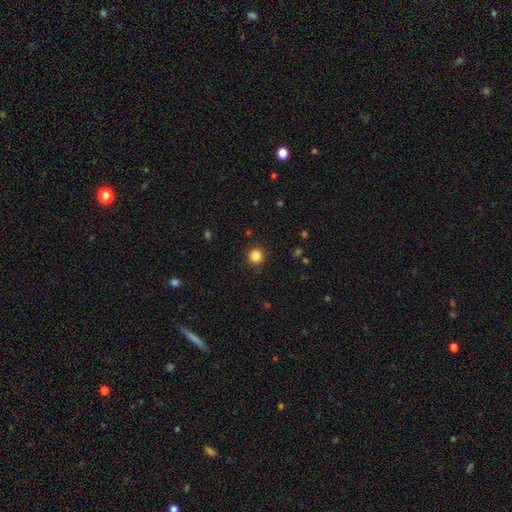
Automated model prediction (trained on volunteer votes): The model was most divided on "smooth or featured": smooth: 86%, star or artifact: 11%, featured or disk: 3%. More confident: how rounded — round (95%); merging — none (92%).